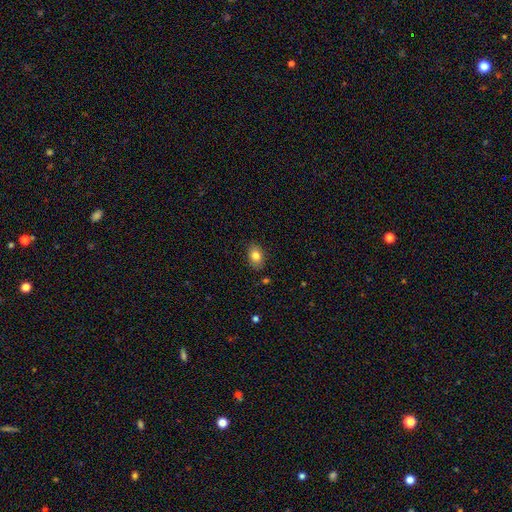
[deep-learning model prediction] Morphology: type=smooth (82%); roundness=in between (77%); merging=none (85%).